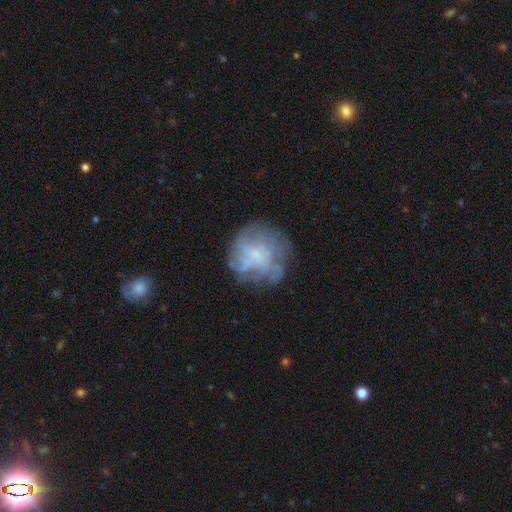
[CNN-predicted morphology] This is possibly a featured or disk galaxy (54%). It is clearly not viewed edge-on (97%). Bar: likely no (74%). Spiral arm pattern: possibly yes (54%). Central bulge: possibly small (48%). Merging: likely none (64%).